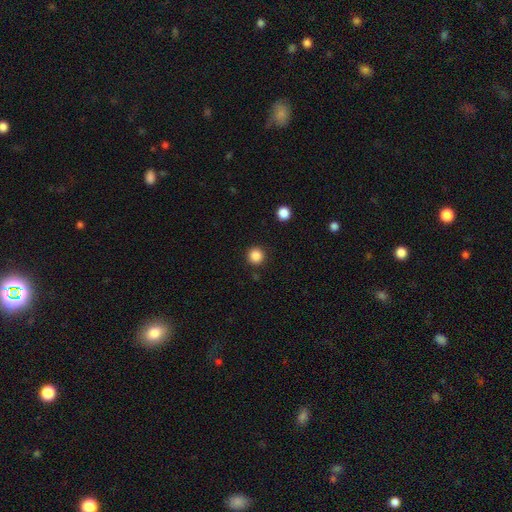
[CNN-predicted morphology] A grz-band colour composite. It shows a smooth galaxy with no disk features (86%) that is round (95%). Merging: none (92%).